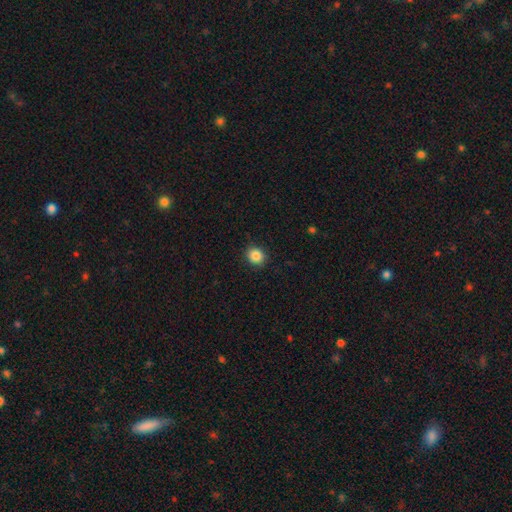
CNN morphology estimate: Q: Smooth or featured?
A: smooth (86%); runner-up: star or artifact (10%)
Q: How rounded?
A: round (82%); runner-up: in between (17%)
Q: Merging?
A: none (91%); runner-up: minor disturbance (7%)